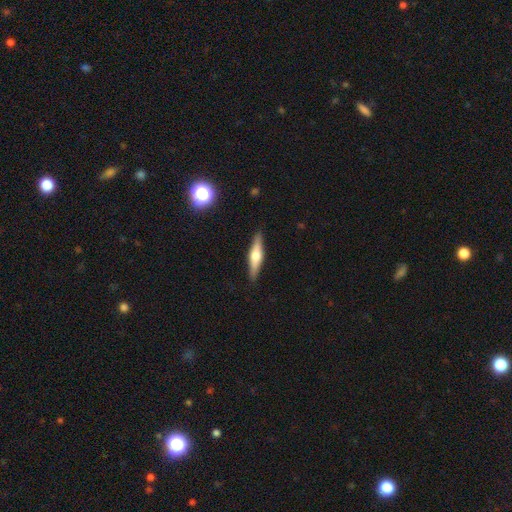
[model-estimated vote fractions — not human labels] A featured or disk galaxy (60%) viewed edge-on (96%) with a rounded central bulge (92%).

Vote fractions:
- Smooth or featured? featured or disk: 60% / smooth: 34% / star or artifact: 6%
- Edge-on disk? yes: 96% / no: 4%
- Edge-on bulge? rounded: 92% / boxy: 5% / none: 3%
- Merging? none: 90% / minor disturbance: 7% / major disturbance: 2% / merger: 1%